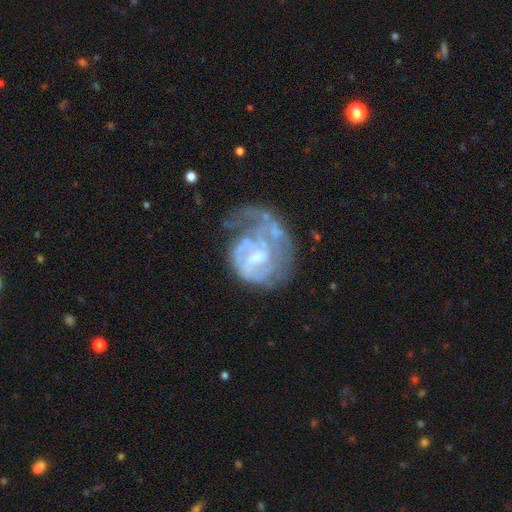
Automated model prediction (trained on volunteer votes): This is likely a featured or disk galaxy (75%). It is clearly not viewed edge-on (98%). Bar: possibly weak (47%). Spiral arm pattern: likely yes (68%). Central bulge: marginally small (33%). Merging: marginally major disturbance (41%).